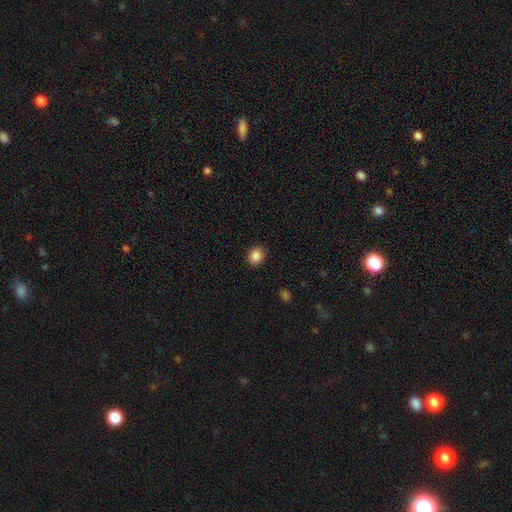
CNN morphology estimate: type=smooth (87%); roundness=round (69%); merging=none (89%).